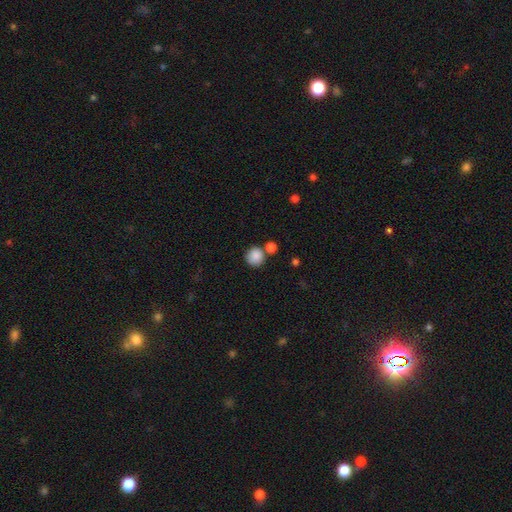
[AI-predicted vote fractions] Smooth or featured: smooth — 87% (star or artifact — 9%)
How rounded: round — 92% (in between — 7%)
Merging: none — 70% (merger — 17%)